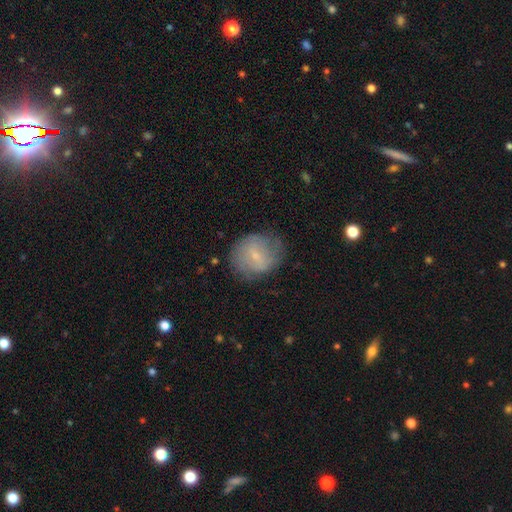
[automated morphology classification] A featured or disk galaxy (46%, tied with smooth). Merging: none (65%).